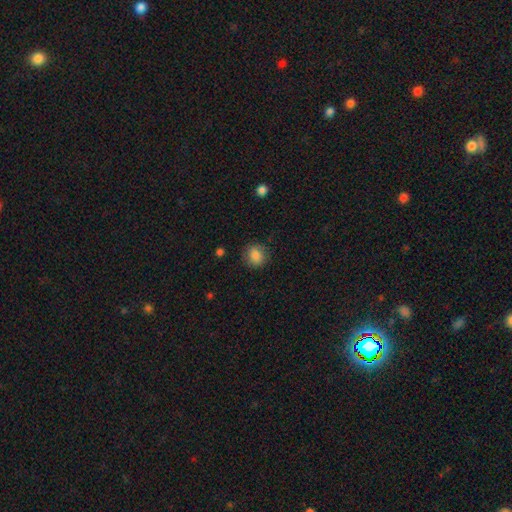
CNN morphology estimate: Overall: smooth (85%). How rounded: round (78%). Merging: none (85%).